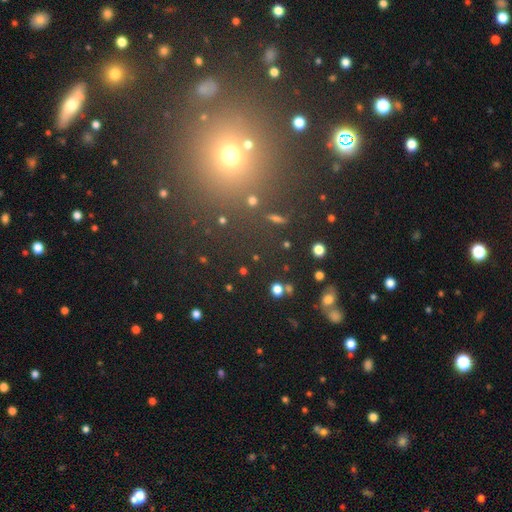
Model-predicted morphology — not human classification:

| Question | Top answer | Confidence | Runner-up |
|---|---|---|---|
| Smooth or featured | star or artifact | 52% | smooth (40%) |